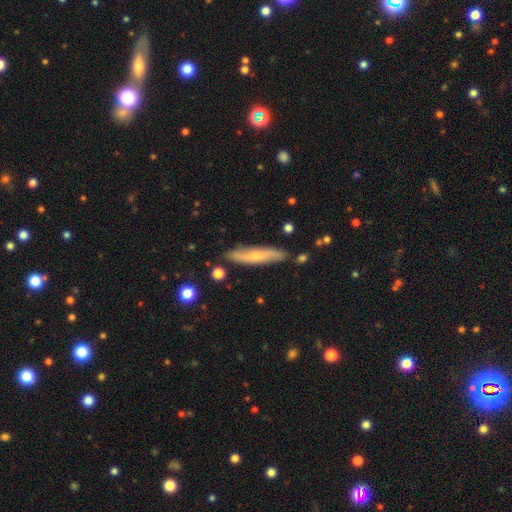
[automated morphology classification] Smooth or featured? smooth (50%)
Merging? none (83%)